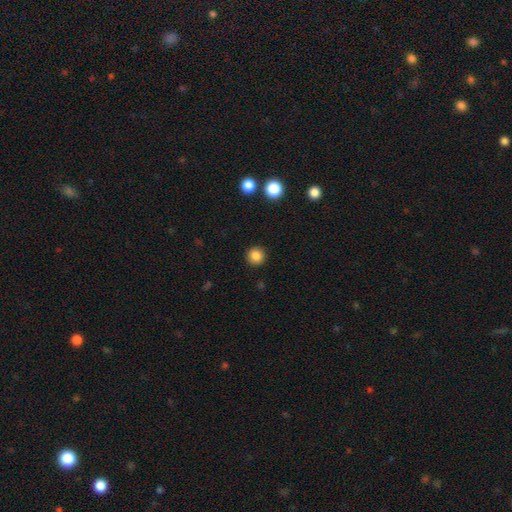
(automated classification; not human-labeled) Smooth or featured: smooth — 86% (star or artifact — 10%)
How rounded: round — 94% (in between — 5%)
Merging: none — 92% (minor disturbance — 5%)